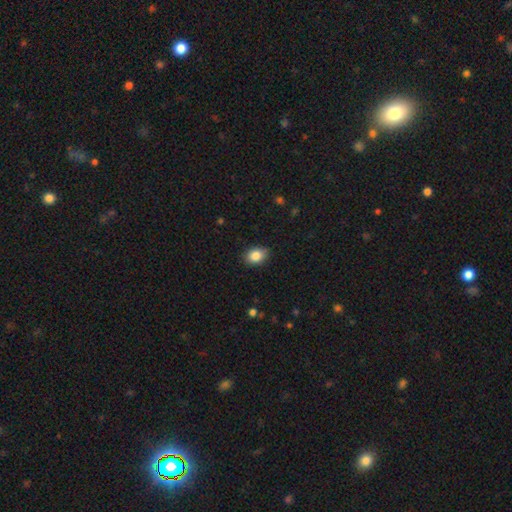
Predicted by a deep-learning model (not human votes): smooth-or-featured: smooth: 86% | star or artifact: 8% | featured or disk: 6%
  how-rounded: in between: 74% | round: 25% | cigar-shaped: 1%
  merging: none: 85% | minor disturbance: 12% | major disturbance: 2% | merger: 1%